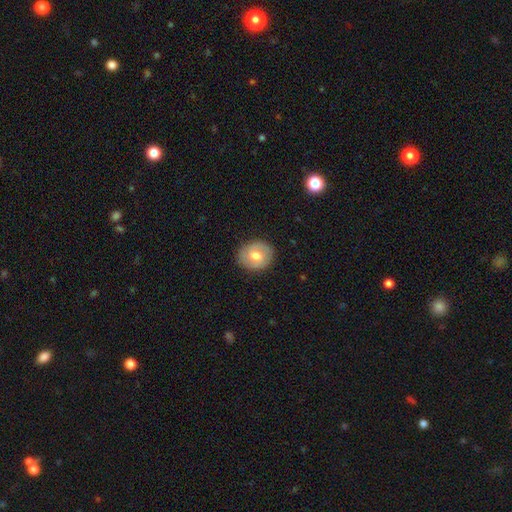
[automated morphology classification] A smooth galaxy with no disk features (53%) that is round (66%). Merging: none (85%).